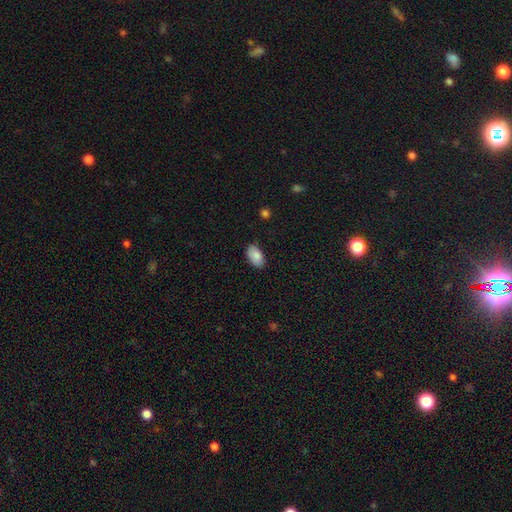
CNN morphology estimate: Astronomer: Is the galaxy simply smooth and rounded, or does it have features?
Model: smooth — 86%.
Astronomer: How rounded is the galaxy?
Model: in between — 94%.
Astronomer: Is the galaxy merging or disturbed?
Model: none — 82%.